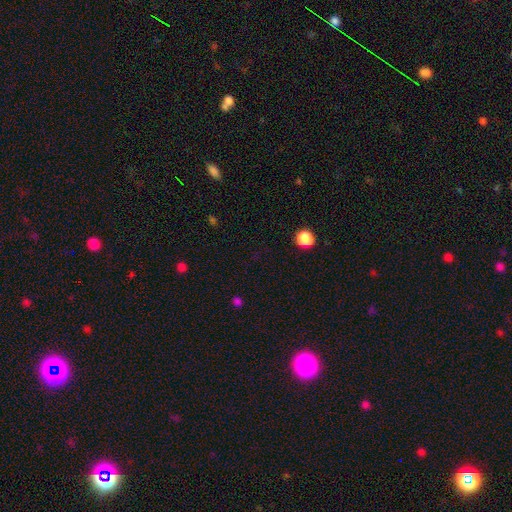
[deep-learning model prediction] Smooth or featured: star or artifact — 57% (smooth — 37%)